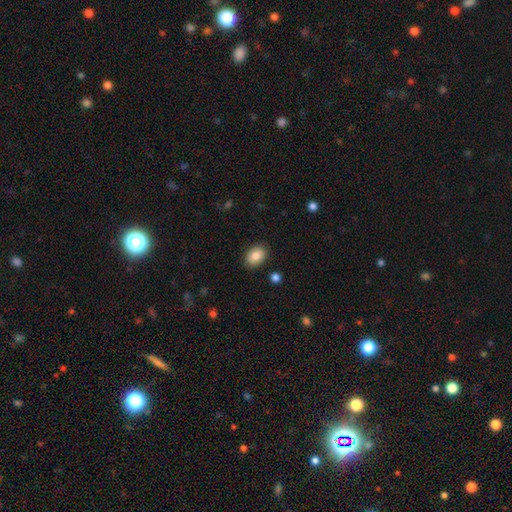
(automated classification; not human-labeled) Smooth or featured: smooth — 86% (star or artifact — 8%)
How rounded: in between — 77% (round — 22%)
Merging: none — 88% (minor disturbance — 9%)